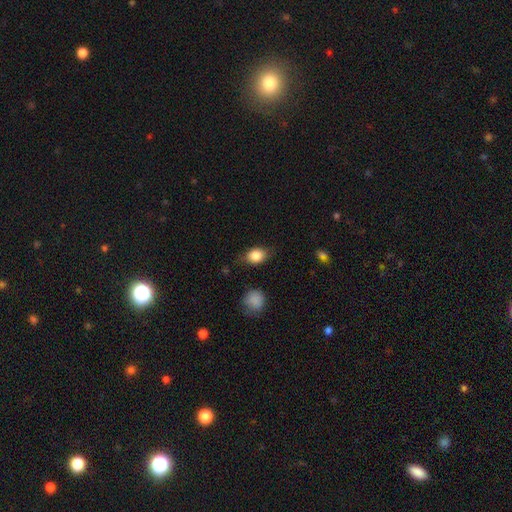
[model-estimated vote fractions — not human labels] Smooth or featured?
  - smooth: 84% *
  - star or artifact: 8%
  - featured or disk: 8%
How rounded?
  - in between: 66% *
  - round: 32%
  - cigar-shaped: 2%
Merging?
  - none: 74% *
  - minor disturbance: 19%
  - major disturbance: 5%
  - merger: 2%